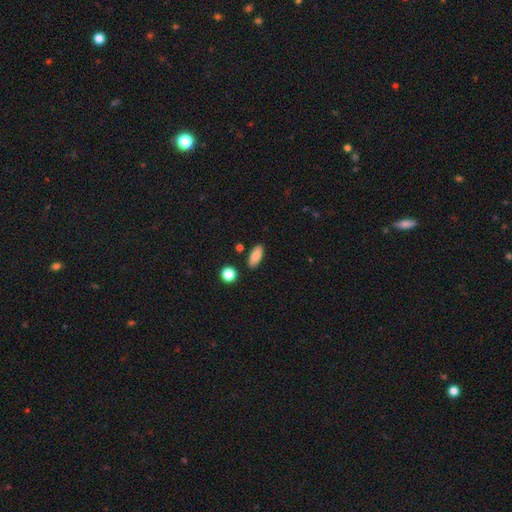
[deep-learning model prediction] Q: Smooth or featured?
A: smooth (85%); runner-up: star or artifact (8%)
Q: How rounded?
A: in between (82%); runner-up: cigar-shaped (15%)
Q: Merging?
A: none (85%); runner-up: minor disturbance (10%)